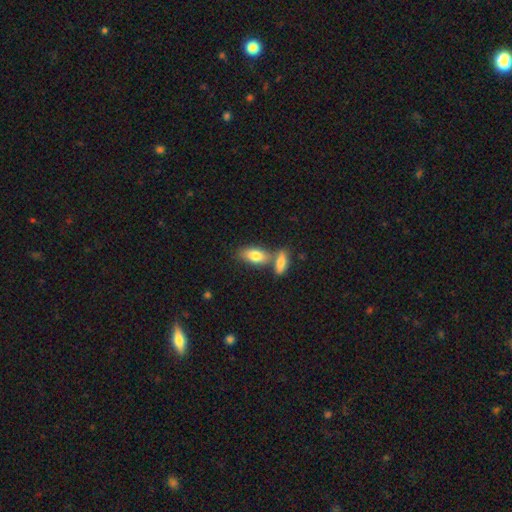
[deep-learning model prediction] Overall: smooth (79%). How rounded: in between (88%). Merging: none (46%; merger 41%).